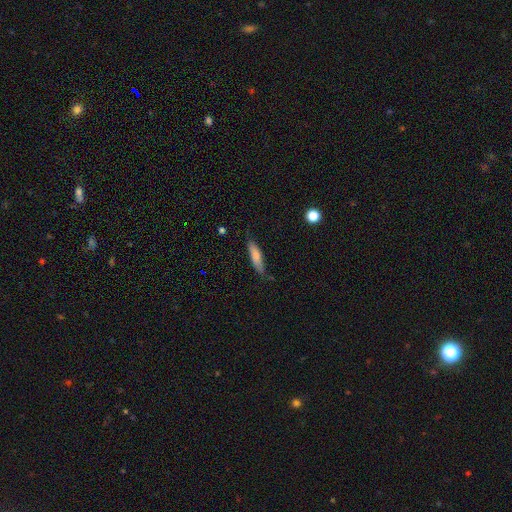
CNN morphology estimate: A smooth galaxy with no disk features (74%) that is cigar-shaped (69%). Merging: none (78%).